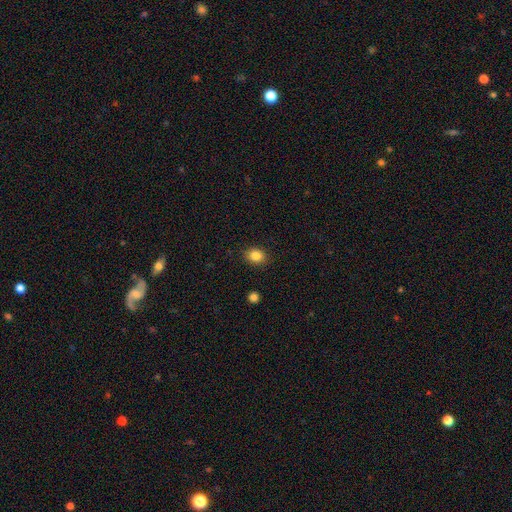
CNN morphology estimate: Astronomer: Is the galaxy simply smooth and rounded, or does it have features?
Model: smooth — 85%.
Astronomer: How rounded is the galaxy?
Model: round — 50% (runner-up: in between, 49%).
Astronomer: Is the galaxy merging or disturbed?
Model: none — 89%.